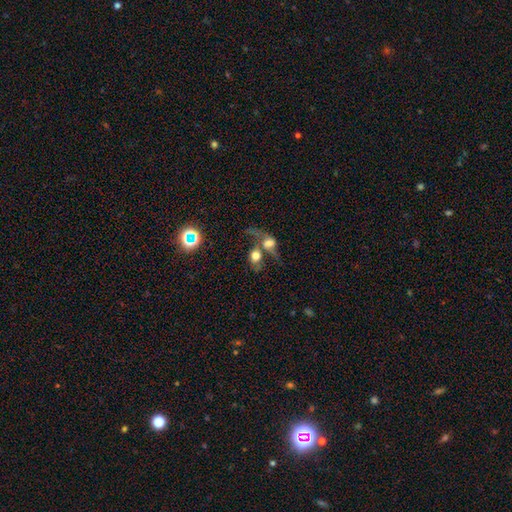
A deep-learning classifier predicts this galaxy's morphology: This is possibly a smooth galaxy (56%). How rounded: possibly round (54%). Merging: likely merger (71%).